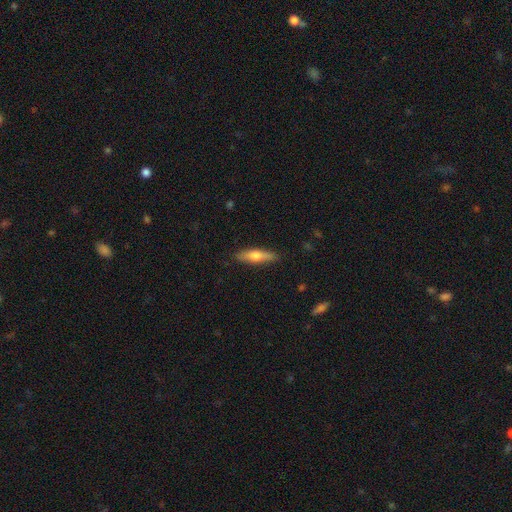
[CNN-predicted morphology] This is possibly a smooth galaxy (55%). How rounded: likely cigar-shaped (71%). Merging: clearly none (87%).